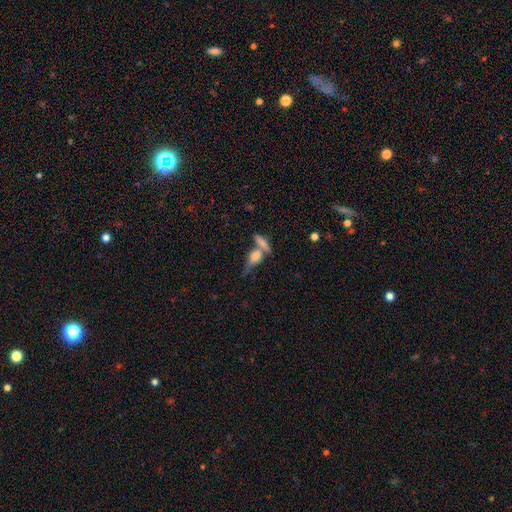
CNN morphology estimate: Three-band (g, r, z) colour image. It shows a smooth galaxy with no disk features (57%) that is in between round and cigar-shaped (52%). Merging: merger (43%).